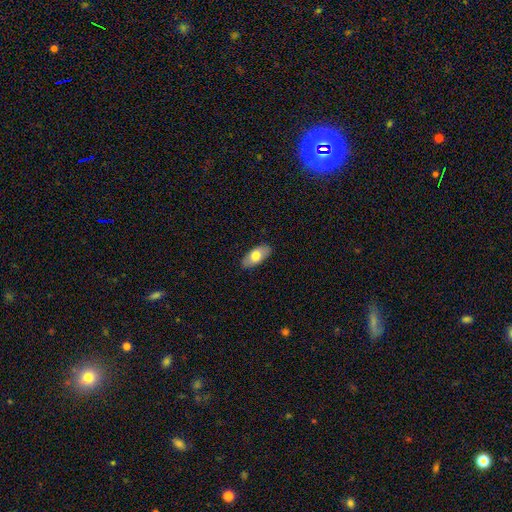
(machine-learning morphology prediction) This is likely a smooth galaxy (72%). How rounded: clearly in between (91%). Merging: clearly none (87%).